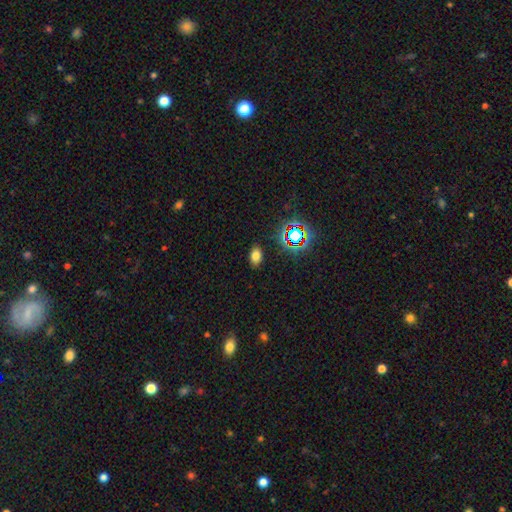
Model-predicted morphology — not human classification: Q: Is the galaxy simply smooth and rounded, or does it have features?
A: smooth — 71%.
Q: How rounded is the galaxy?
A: in between — 85%.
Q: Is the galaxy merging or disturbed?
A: none — 86%.